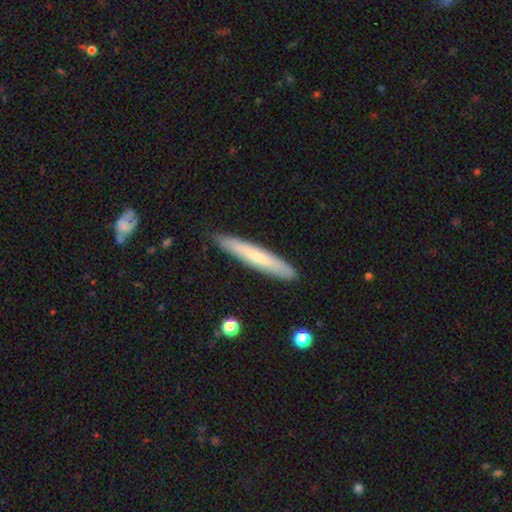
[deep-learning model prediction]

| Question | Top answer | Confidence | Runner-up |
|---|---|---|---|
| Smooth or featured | smooth | 63% | featured or disk (31%) |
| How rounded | cigar-shaped | 94% | in between (5%) |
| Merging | none | 88% | minor disturbance (9%) |